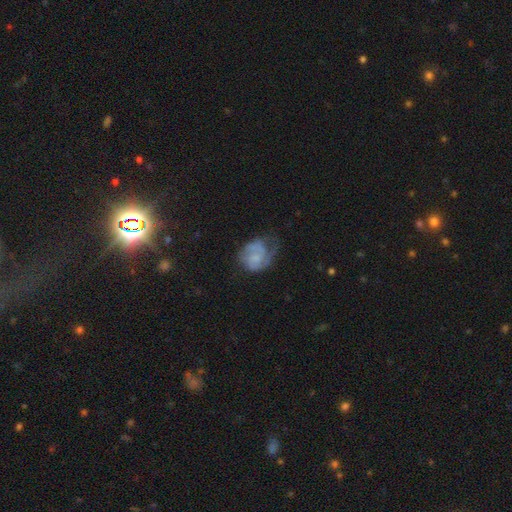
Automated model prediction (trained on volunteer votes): Smooth or featured?
  - featured or disk: 55% *
  - smooth: 36%
  - star or artifact: 9%
Edge-on disk?
  - no: 98% *
  - yes: 2%
Bar?
  - no: 73% *
  - weak: 23%
  - strong: 4%
Spiral arms?
  - yes: 73% *
  - no: 27%
Bulge size?
  - none: 43% *
  - small: 33%
  - moderate: 19%
  - large: 4%
  - dominant: 2%
Merging?
  - none: 35% *
  - major disturbance: 33%
  - minor disturbance: 29%
  - merger: 3%